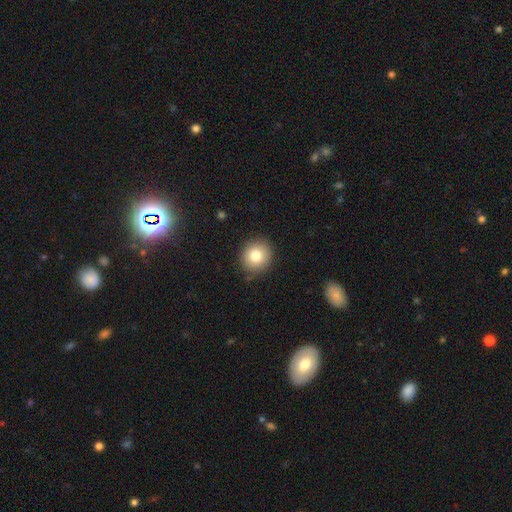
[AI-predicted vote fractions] Smooth or featured? smooth (80%)
How rounded? round (85%)
Merging? none (87%)